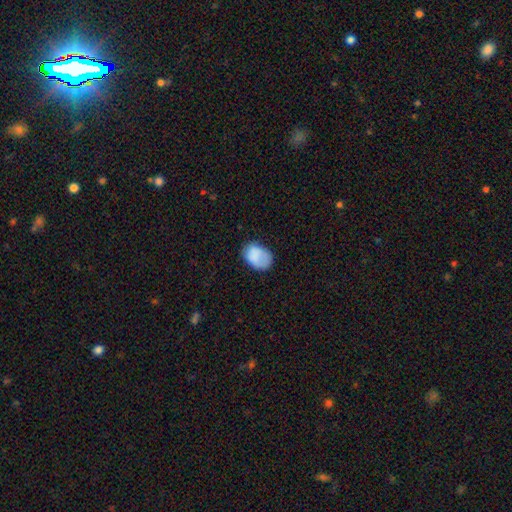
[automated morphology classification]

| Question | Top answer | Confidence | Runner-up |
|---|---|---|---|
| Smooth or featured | smooth | 82% | featured or disk (10%) |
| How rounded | in between | 80% | round (19%) |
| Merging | none | 56% | minor disturbance (30%) |